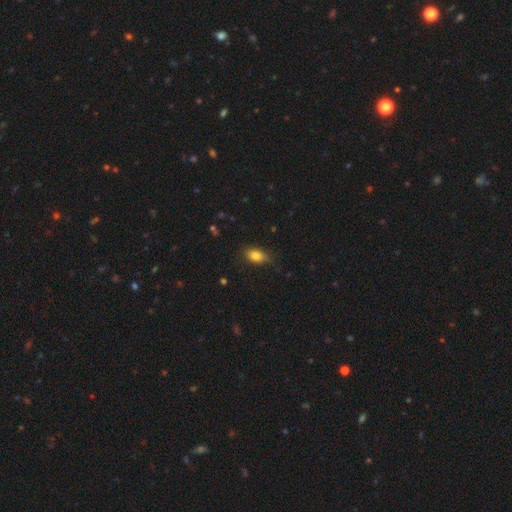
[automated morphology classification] This is clearly a smooth galaxy (82%). How rounded: clearly in between (84%). Merging: likely none (77%).